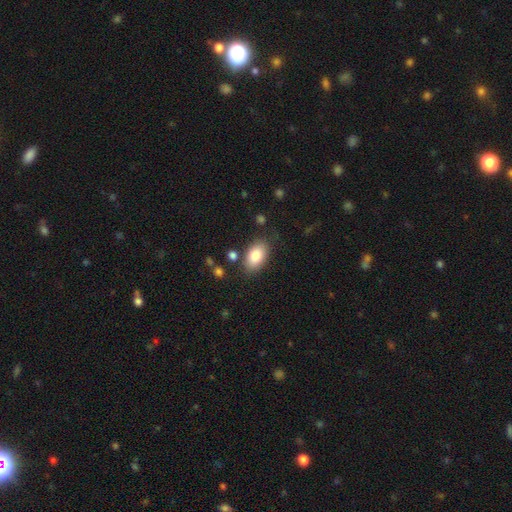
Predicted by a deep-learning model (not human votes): smooth_or_featured: smooth (p=0.84) [alt: featured or disk p=0.09]
how_rounded: in between (p=0.92) [alt: round p=0.06]
merging: none (p=0.80) [alt: minor disturbance p=0.13]